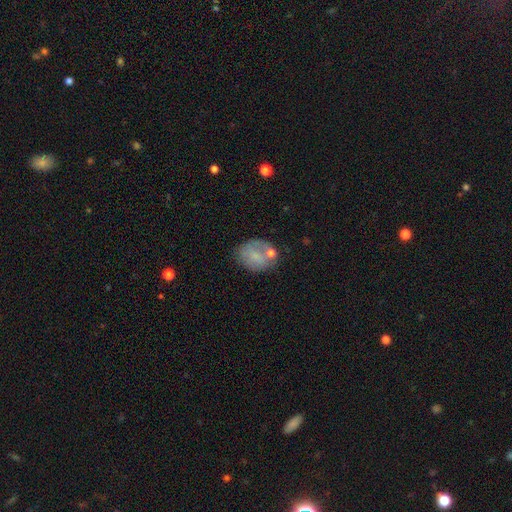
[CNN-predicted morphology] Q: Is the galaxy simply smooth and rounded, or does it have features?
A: smooth — 66%.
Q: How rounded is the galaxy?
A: in between — 55%.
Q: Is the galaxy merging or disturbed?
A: none — 52%.